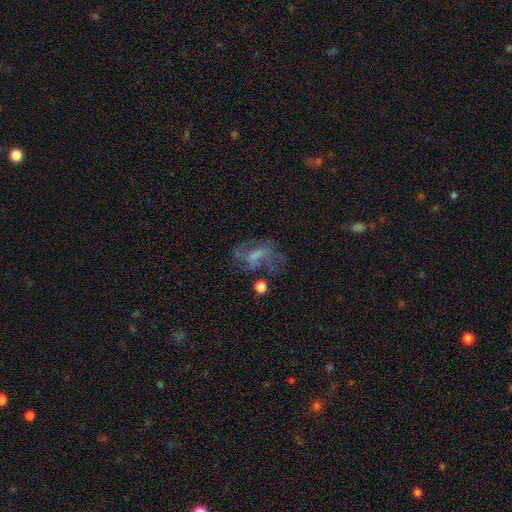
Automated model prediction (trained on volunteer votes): A featured or disk galaxy (56%) with no bar (52%), spiral arms (55%) and no central bulge (34%). Merging: none (44%).